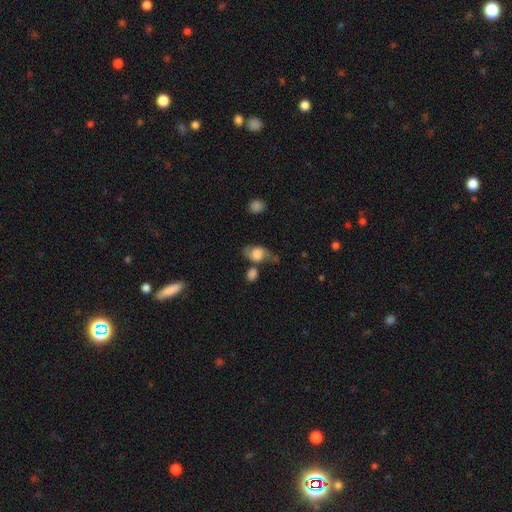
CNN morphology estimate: Overall: smooth (56%; featured or disk 35%). How rounded: in between (74%). Merging: none (49%; minor disturbance 24%).